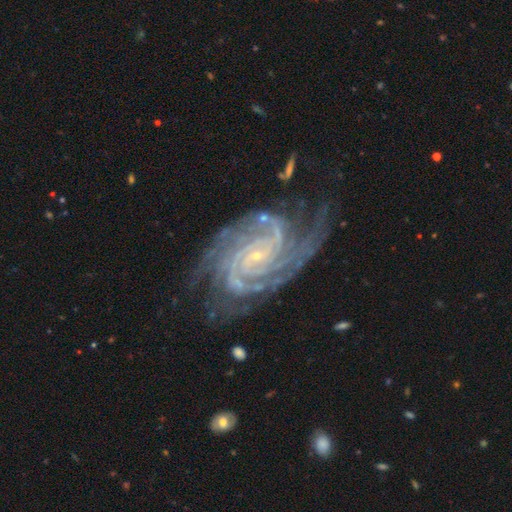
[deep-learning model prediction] featured or disk 92%, star or artifact 5%, smooth 3%. Down the decision tree: edge-on disk — no (97%); bar — no (58%); spiral arms — yes (99%); spiral arm count — 2 (23%); spiral winding — tight (68%); bulge size — small (87%); merging — none (68%).